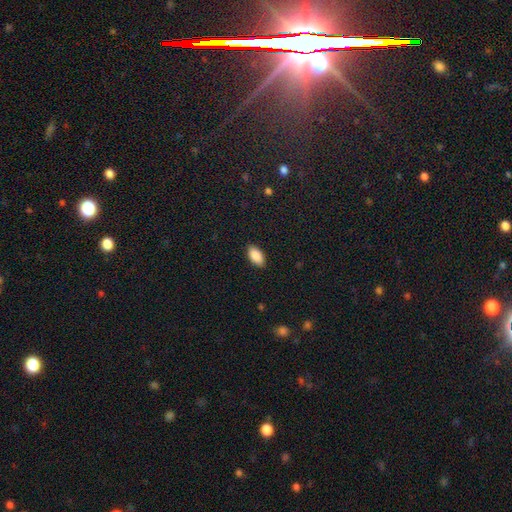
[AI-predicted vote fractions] smooth 89%, star or artifact 7%, featured or disk 4%. Down the decision tree: how rounded — in between (95%); merging — none (89%).